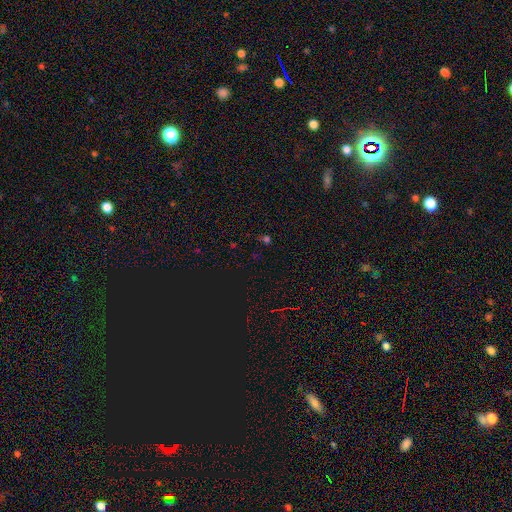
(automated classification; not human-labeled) smooth-or-featured: star or artifact: 61% | smooth: 32% | featured or disk: 7%